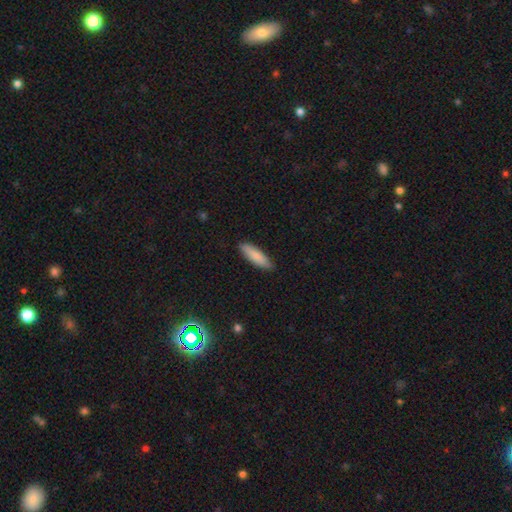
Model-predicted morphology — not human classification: Q: Smooth or featured?
A: smooth (83%); runner-up: featured or disk (11%)
Q: How rounded?
A: cigar-shaped (53%); runner-up: in between (45%)
Q: Merging?
A: none (87%); runner-up: minor disturbance (10%)